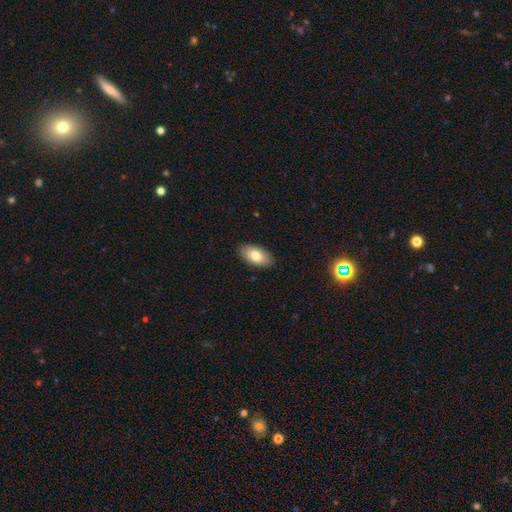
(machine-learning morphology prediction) type=smooth (79%); roundness=in between (94%); merging=none (88%).